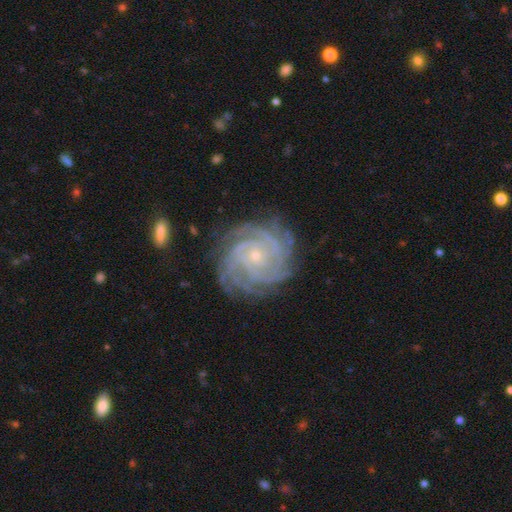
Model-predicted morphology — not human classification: The model was most divided on "spiral arm count": 4: 33%, more than 4: 21%, can't tell: 16%, 3: 14%, 2: 9%, 1: 7%. More confident: spiral arms — yes (98%); edge-on disk — no (97%); smooth or featured — featured or disk (89%); bulge size — small (82%); spiral winding — tight (82%); merging — none (80%); bar — no (75%).